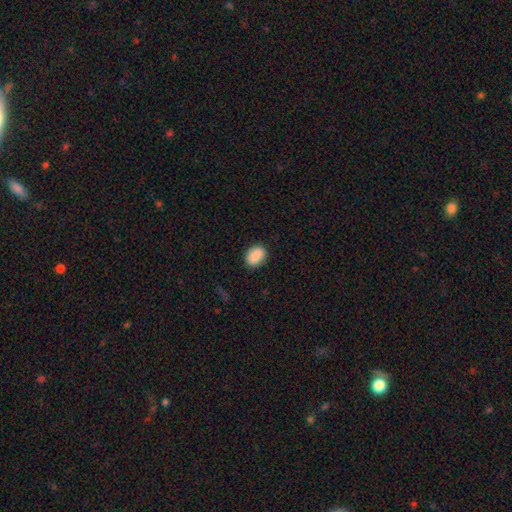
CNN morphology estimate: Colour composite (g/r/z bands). It shows a smooth galaxy with no disk features (85%) that is in between round and cigar-shaped (66%). Merging: none (86%).